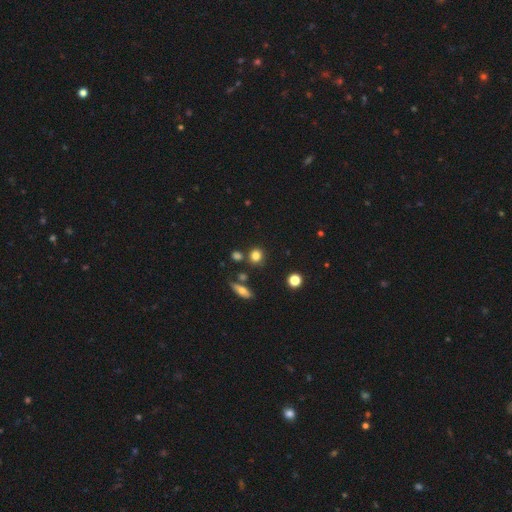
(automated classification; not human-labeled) Smooth or featured?
  - smooth: 80% *
  - star or artifact: 13%
  - featured or disk: 7%
How rounded?
  - round: 80% *
  - in between: 18%
  - cigar-shaped: 2%
Merging?
  - none: 77% *
  - minor disturbance: 10%
  - merger: 9%
  - major disturbance: 3%